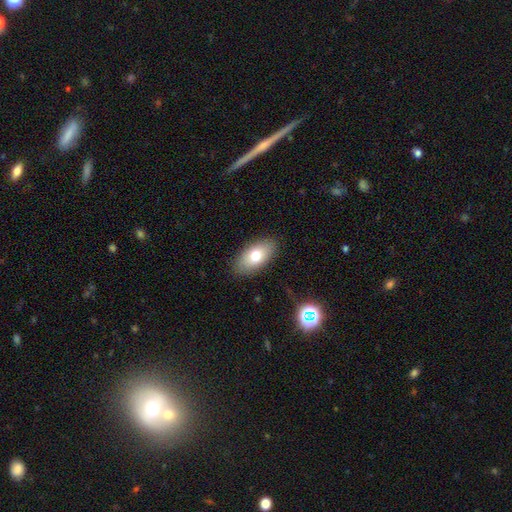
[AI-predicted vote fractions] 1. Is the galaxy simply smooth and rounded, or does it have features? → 72% smooth, 20% featured or disk, 8% star or artifact.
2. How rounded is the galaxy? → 92% in between, 4% round, 4% cigar-shaped.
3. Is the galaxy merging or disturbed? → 86% none, 10% minor disturbance, 3% major disturbance, 1% merger.